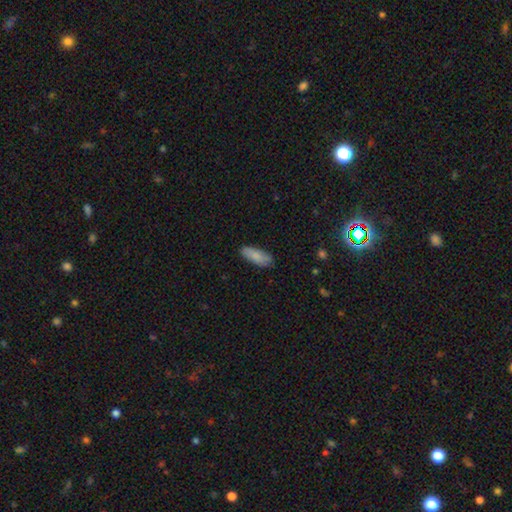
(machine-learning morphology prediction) type=smooth (83%); roundness=in between (68%); merging=none (82%).